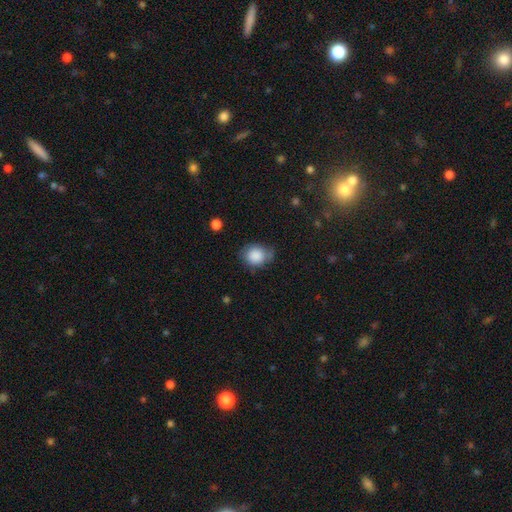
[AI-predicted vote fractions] A smooth galaxy with no disk features (84%) that is round (64%).

Vote fractions:
- Smooth or featured? smooth: 84% / featured or disk: 8% / star or artifact: 8%
- How rounded? round: 64% / in between: 35% / cigar-shaped: 1%
- Merging? none: 60% / minor disturbance: 29% / major disturbance: 8% / merger: 3%